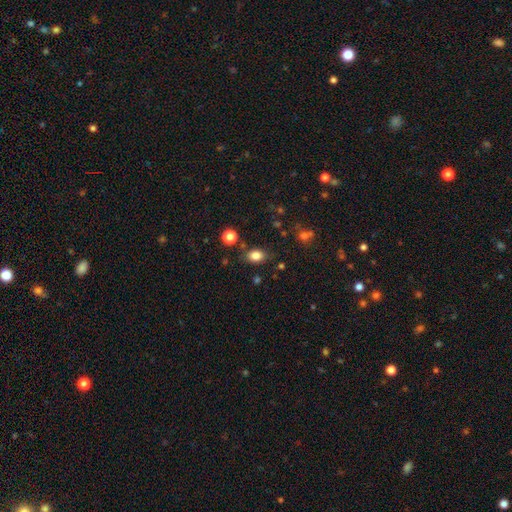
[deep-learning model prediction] Smooth or featured? smooth (83%)
How rounded? in between (73%)
Merging? none (79%)